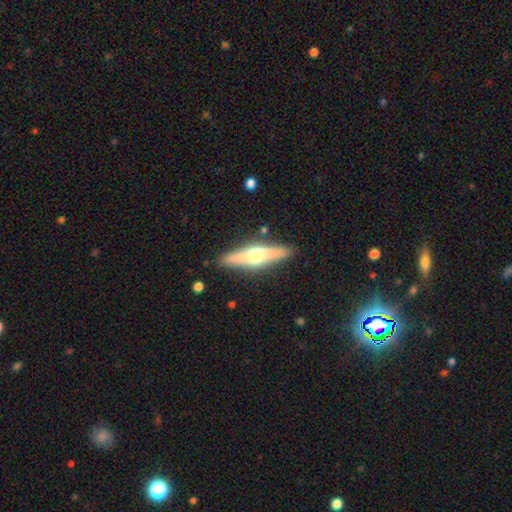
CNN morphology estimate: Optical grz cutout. It shows a featured or disk galaxy (57%) viewed edge-on (93%) with a rounded central bulge (92%). Merging: none (88%).